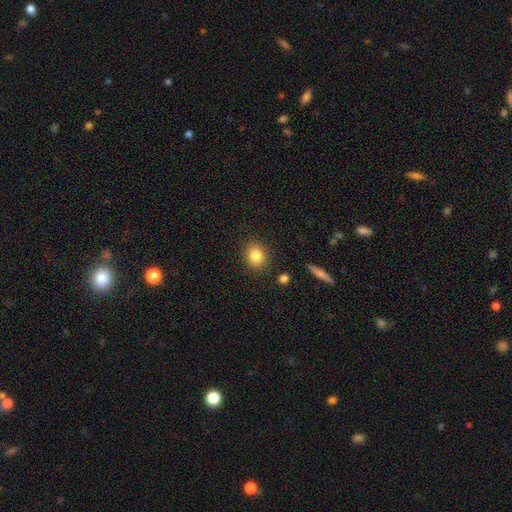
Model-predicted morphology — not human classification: This is clearly a smooth galaxy (84%). How rounded: likely round (63%). Merging: clearly none (86%).